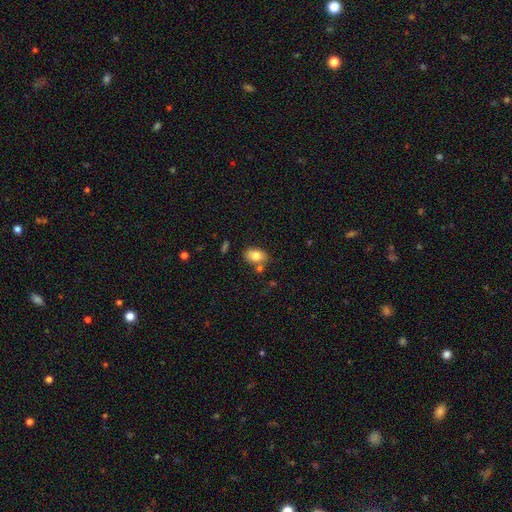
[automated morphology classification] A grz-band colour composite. It shows a smooth galaxy with no disk features (79%) that is in between round and cigar-shaped (83%). Merging: none (70%).